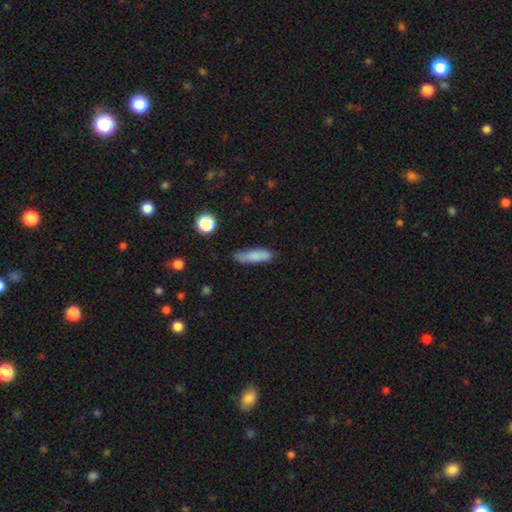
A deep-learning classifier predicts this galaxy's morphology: Smooth or featured: smooth — 81% (featured or disk — 11%)
How rounded: cigar-shaped — 66% (in between — 31%)
Merging: none — 74% (minor disturbance — 19%)